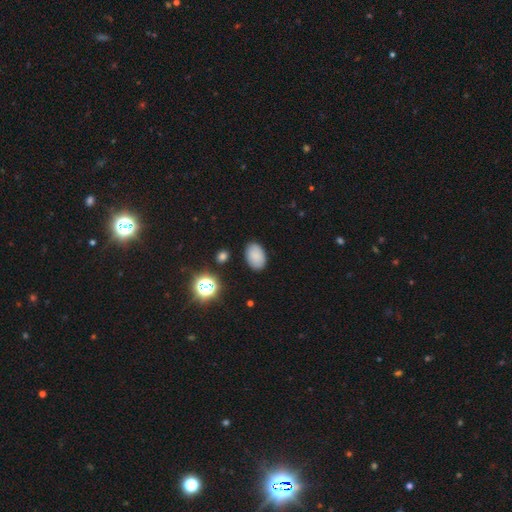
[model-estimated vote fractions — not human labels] A smooth galaxy with no disk features (83%) that is in between round and cigar-shaped (90%). Merging: none (85%).